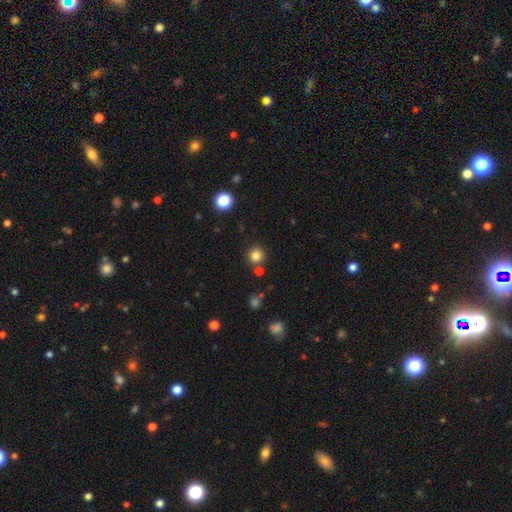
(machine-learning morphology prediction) smooth-or-featured: smooth: 82% | star or artifact: 13% | featured or disk: 5%
  how-rounded: round: 94% | in between: 5% | cigar-shaped: 1%
  merging: none: 83% | merger: 8% | minor disturbance: 7% | major disturbance: 2%